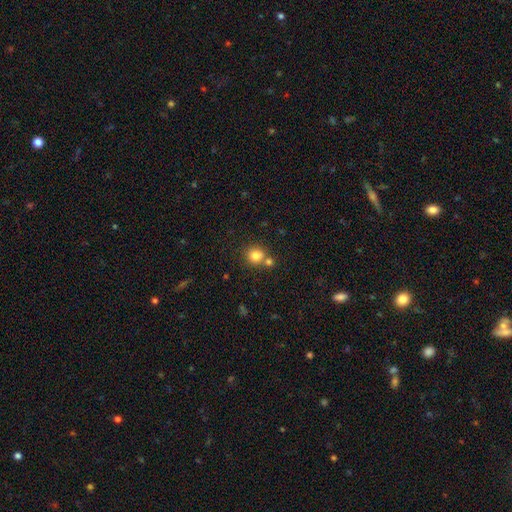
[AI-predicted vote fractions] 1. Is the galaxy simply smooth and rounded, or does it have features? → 81% smooth, 11% star or artifact, 8% featured or disk.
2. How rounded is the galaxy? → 84% round, 15% in between, 1% cigar-shaped.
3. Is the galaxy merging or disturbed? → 60% none, 28% merger, 9% minor disturbance, 3% major disturbance.